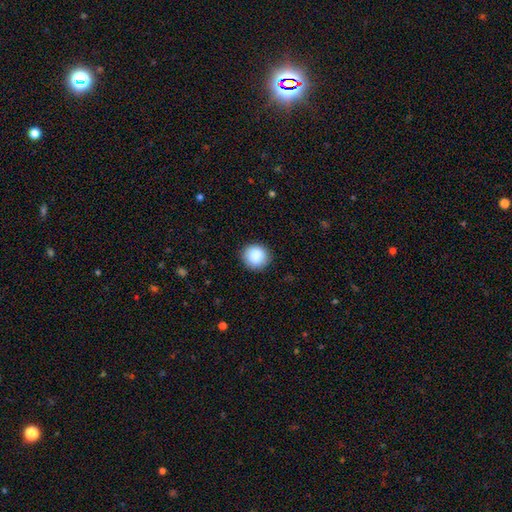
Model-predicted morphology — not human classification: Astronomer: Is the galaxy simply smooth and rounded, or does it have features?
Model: smooth — 88%.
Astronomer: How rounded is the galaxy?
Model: round — 90%.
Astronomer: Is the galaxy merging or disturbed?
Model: none — 87%.